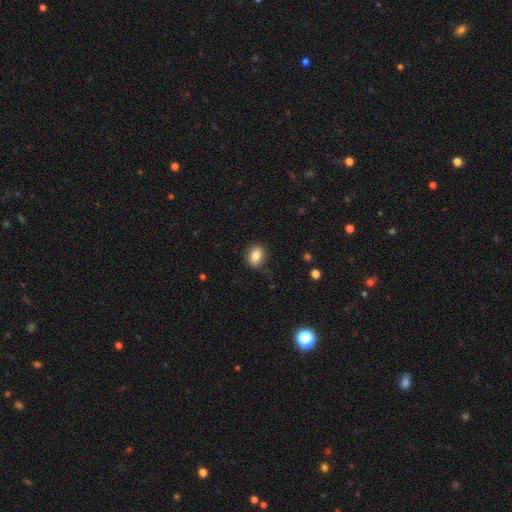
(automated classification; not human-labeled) Smooth or featured: smooth — 84% (star or artifact — 9%)
How rounded: in between — 67% (round — 32%)
Merging: none — 80% (minor disturbance — 15%)